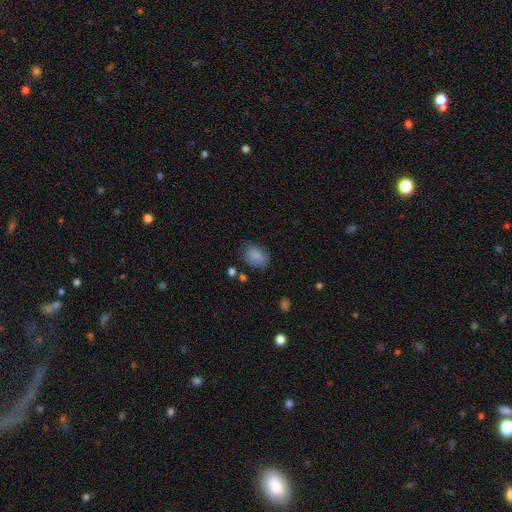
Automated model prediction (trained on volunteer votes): Overall: smooth (83%). How rounded: in between (72%). Merging: none (67%).